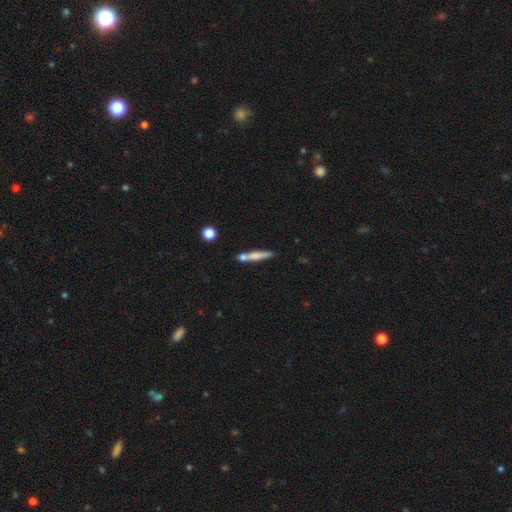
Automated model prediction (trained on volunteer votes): Morphology: type=smooth (63%); roundness=cigar-shaped (93%); merging=none (70%).